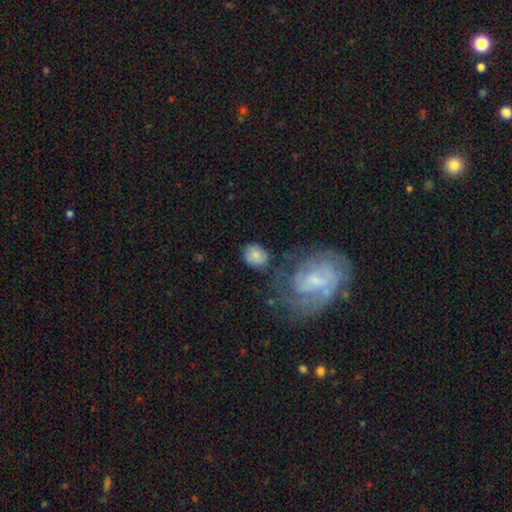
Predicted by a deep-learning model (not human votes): Smooth or featured? smooth (72%)
How rounded? round (62%)
Merging? none (65%)